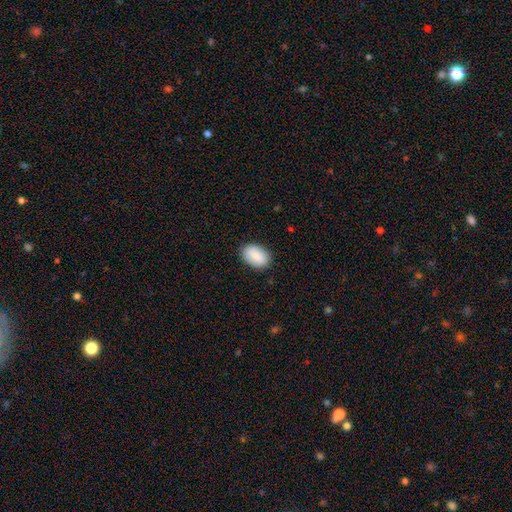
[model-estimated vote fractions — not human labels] smooth 89%, star or artifact 6%, featured or disk 5%. Down the decision tree: how rounded — in between (92%); merging — none (86%).